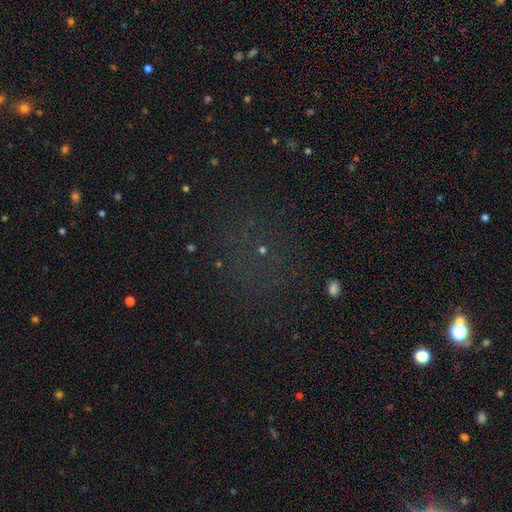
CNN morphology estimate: Smooth or featured? star or artifact (62%)